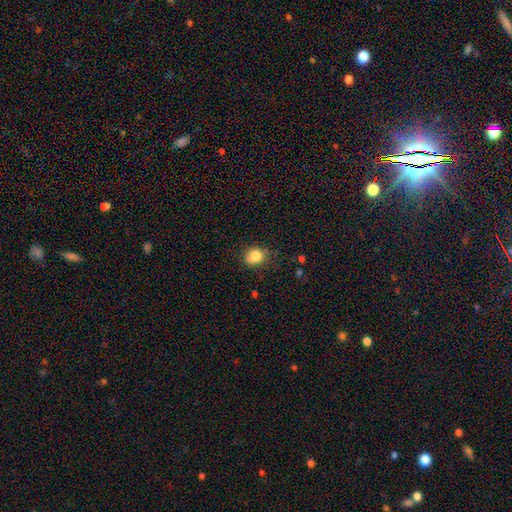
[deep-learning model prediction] Smooth or featured? Predicted: smooth (p=0.80). How rounded? Predicted: round (p=0.70). Merging? Predicted: none (p=0.64).